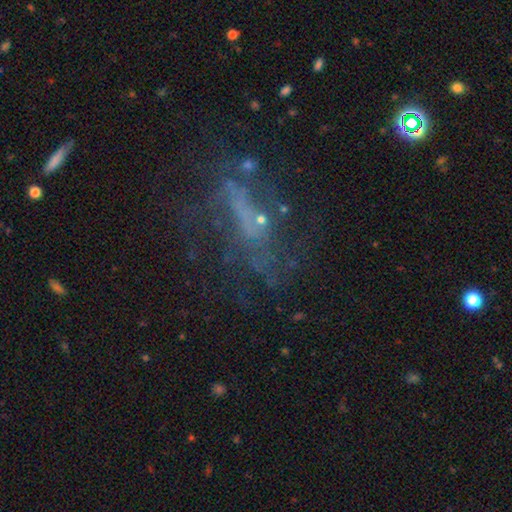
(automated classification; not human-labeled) The model was most divided on "smooth or featured": featured or disk: 47%, star or artifact: 29%, smooth: 24%. More confident: merging — none (51%).